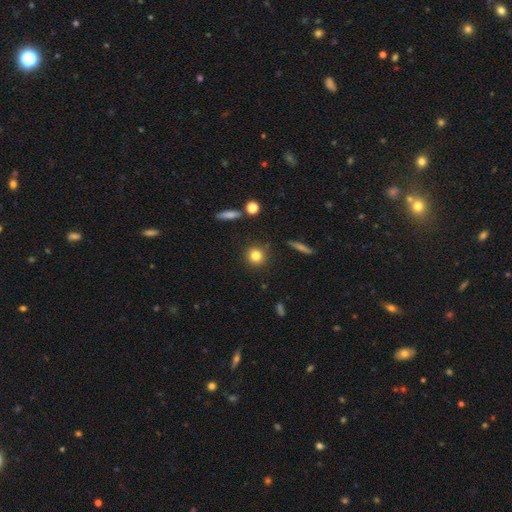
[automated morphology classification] type=smooth (81%); roundness=round (90%); merging=none (87%).